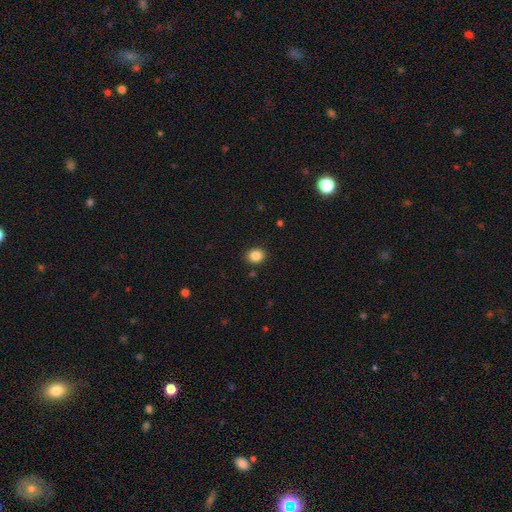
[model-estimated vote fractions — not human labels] A smooth galaxy with no disk features (86%) that is round (65%). Merging: none (89%).